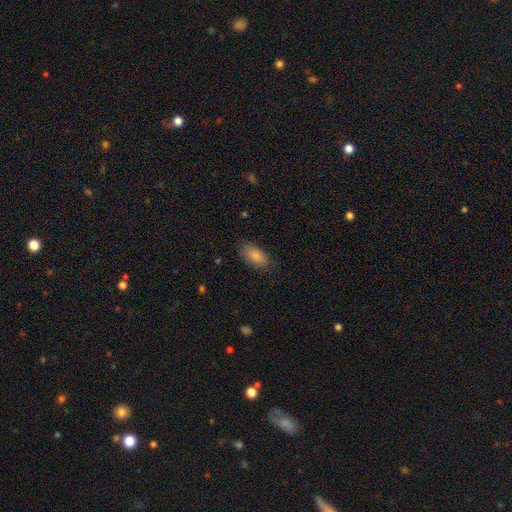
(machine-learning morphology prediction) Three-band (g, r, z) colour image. It shows a smooth galaxy with no disk features (86%) that is in between round and cigar-shaped (90%). Merging: none (82%).